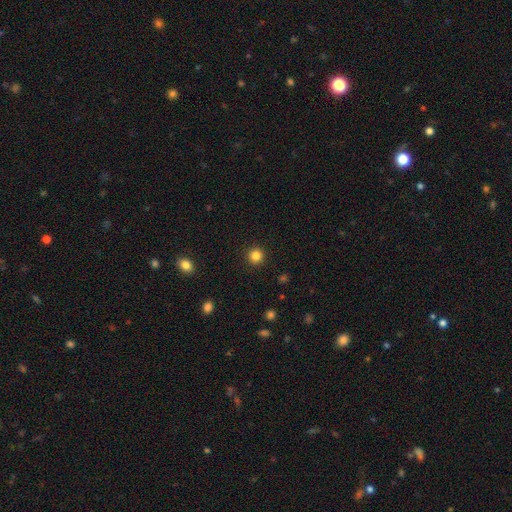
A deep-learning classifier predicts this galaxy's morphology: A smooth galaxy with no disk features (84%) that is round (95%). Merging: none (93%).